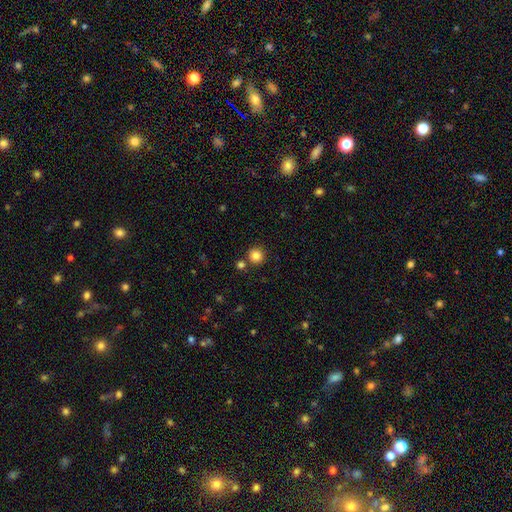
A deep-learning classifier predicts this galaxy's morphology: This appears to be a smooth galaxy with no disk features (84%) that is round (95%). Merging: none (84%).